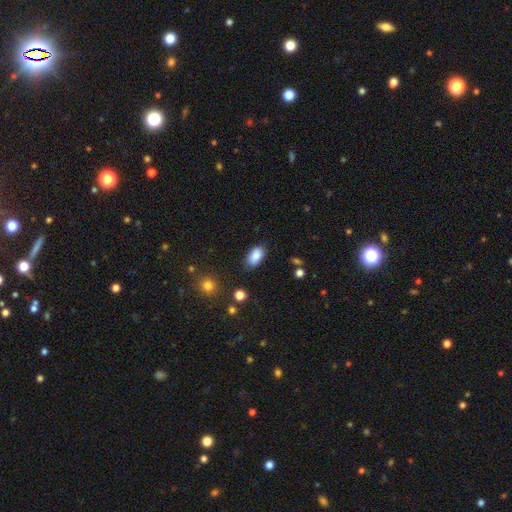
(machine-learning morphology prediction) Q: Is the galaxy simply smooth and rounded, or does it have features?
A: smooth — 86%.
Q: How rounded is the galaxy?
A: in between — 93%.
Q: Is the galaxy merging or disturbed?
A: none — 80%.